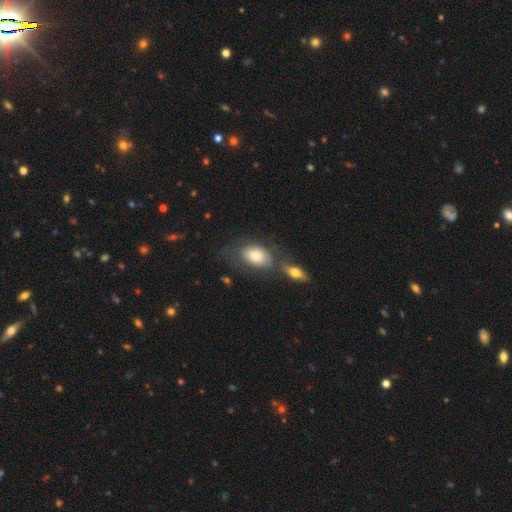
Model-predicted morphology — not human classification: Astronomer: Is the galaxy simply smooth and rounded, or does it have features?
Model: smooth — 74%.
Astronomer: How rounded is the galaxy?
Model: in between — 90%.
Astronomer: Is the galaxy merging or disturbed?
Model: none — 47% (runner-up: merger, 27%).